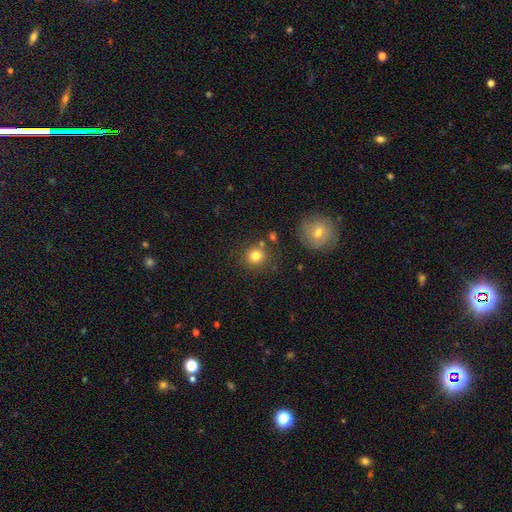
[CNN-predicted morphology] The model was most divided on "smooth or featured": smooth: 80%, star or artifact: 12%, featured or disk: 8%. More confident: how rounded — round (91%); merging — none (79%).